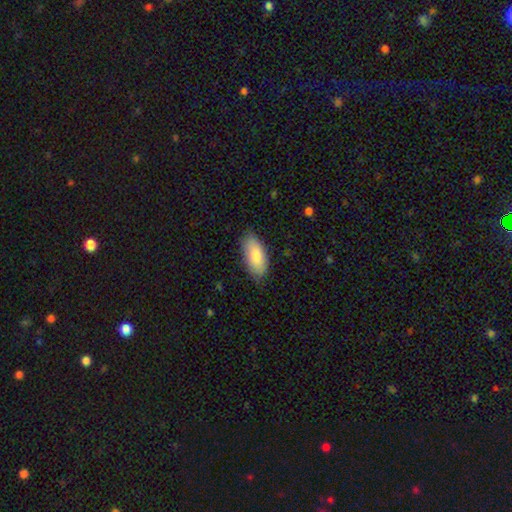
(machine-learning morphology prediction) A smooth galaxy with no disk features (83%) that is in between round and cigar-shaped (90%).

Vote fractions:
- Smooth or featured? smooth: 83% / featured or disk: 12% / star or artifact: 6%
- How rounded? in between: 90% / cigar-shaped: 8% / round: 2%
- Merging? none: 81% / minor disturbance: 15% / major disturbance: 3% / merger: 1%